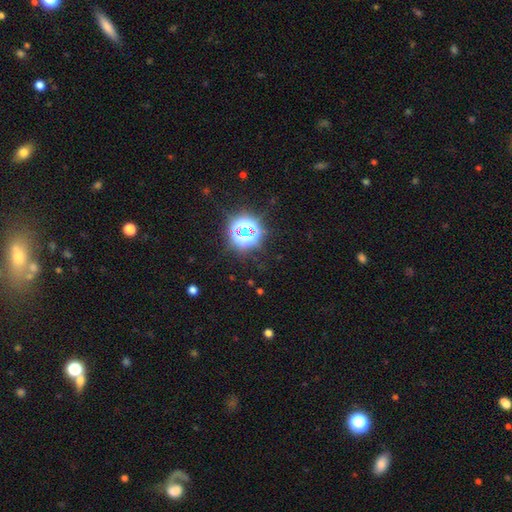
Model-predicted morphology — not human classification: Smooth or featured?
  - star or artifact: 81% *
  - smooth: 13%
  - featured or disk: 6%